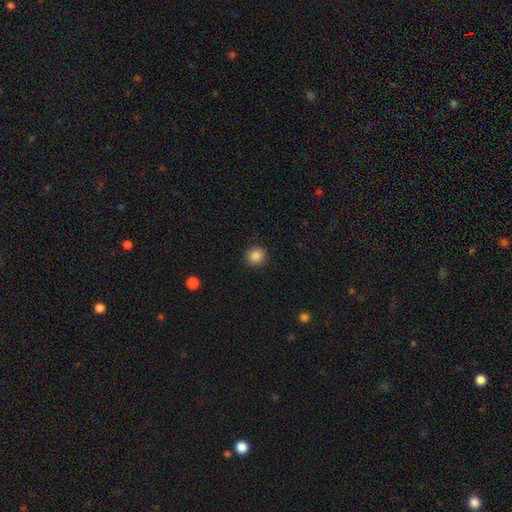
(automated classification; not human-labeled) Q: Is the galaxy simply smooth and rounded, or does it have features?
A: smooth — 87%.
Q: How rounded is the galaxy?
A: round — 91%.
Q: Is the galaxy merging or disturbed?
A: none — 91%.